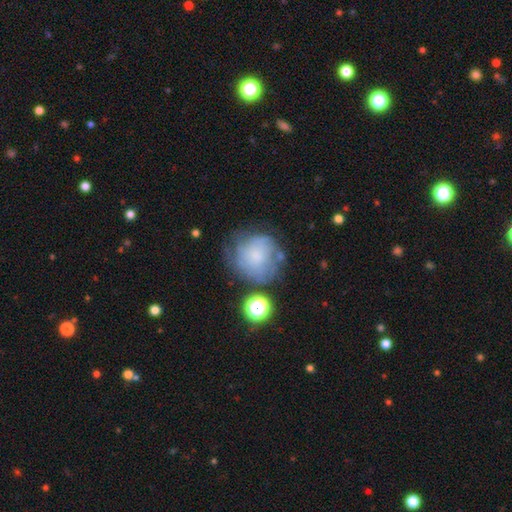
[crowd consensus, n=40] Q: Smooth or featured?
A: featured or disk (45%); runner-up: smooth (42%)
Q: Edge-on disk?
A: no (100%)
Q: Bar?
A: no (72%); runner-up: weak (17%)
Q: Spiral arms?
A: yes (72%); runner-up: no (28%)
Q: Spiral winding?
A: tight (69%); runner-up: medium (15%)
Q: Spiral arm count?
A: can't tell (54%); runner-up: 2 (23%)
Q: Bulge size?
A: moderate (33%); runner-up: small (22%)
Q: Merging?
A: none (60%); runner-up: minor disturbance (20%)